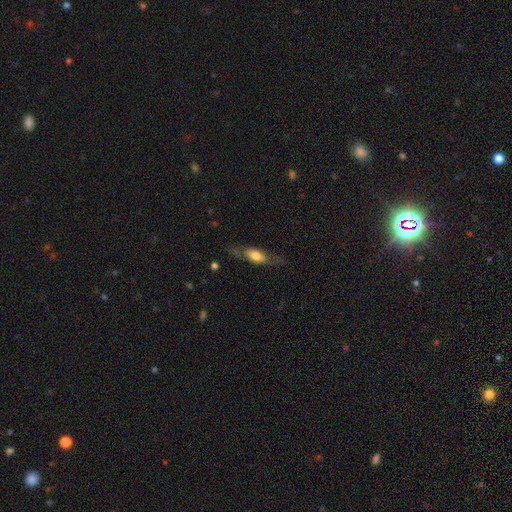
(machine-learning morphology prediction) A featured or disk galaxy (49%).

Vote fractions:
- Smooth or featured? featured or disk: 49% / smooth: 45% / star or artifact: 6%
- Merging? none: 71% / minor disturbance: 18% / major disturbance: 10% / merger: 2%